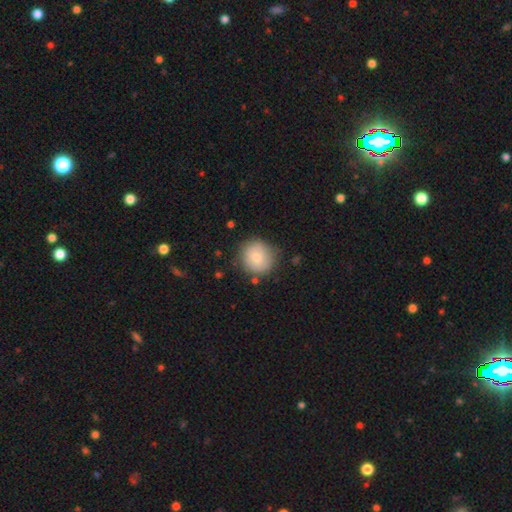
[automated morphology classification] smooth 78%, featured or disk 15%, star or artifact 8%. Down the decision tree: how rounded — round (91%); merging — none (79%).